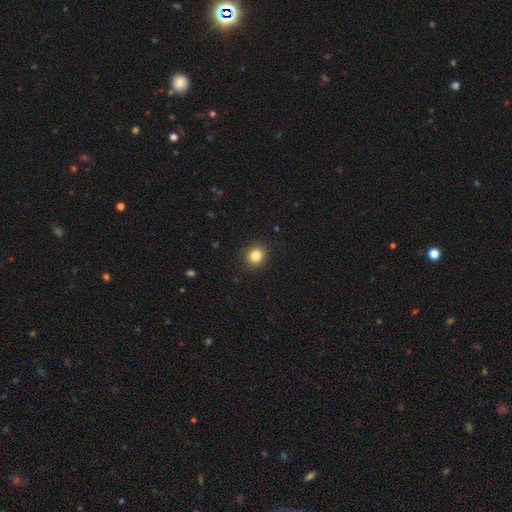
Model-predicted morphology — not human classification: Overall: smooth (84%). How rounded: round (82%). Merging: none (90%).